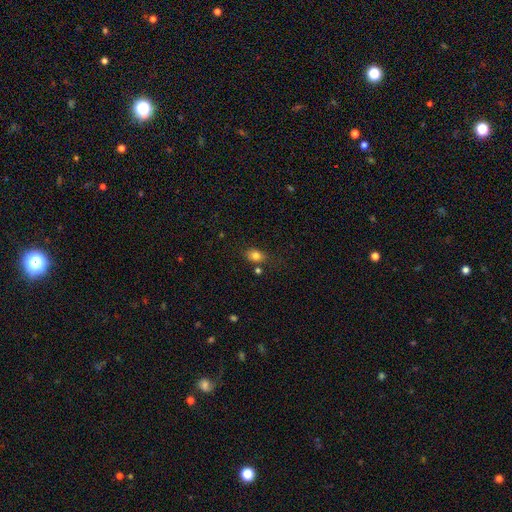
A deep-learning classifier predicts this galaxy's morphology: smooth 81%, star or artifact 11%, featured or disk 8%. Down the decision tree: how rounded — in between (71%); merging — none (72%).